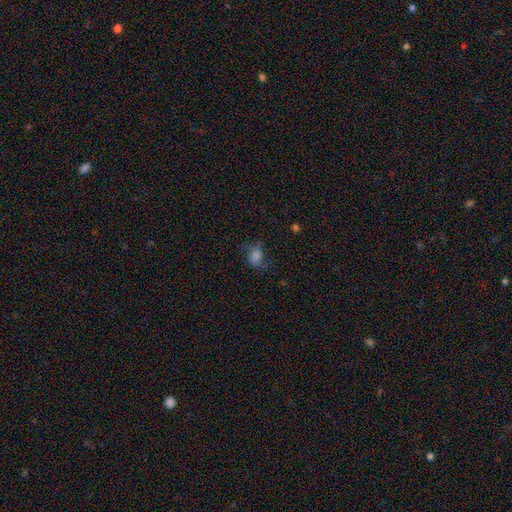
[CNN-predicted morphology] Smooth or featured: smooth — 61% (featured or disk — 23%)
How rounded: in between — 70% (round — 28%)
Merging: none — 56% (minor disturbance — 23%)